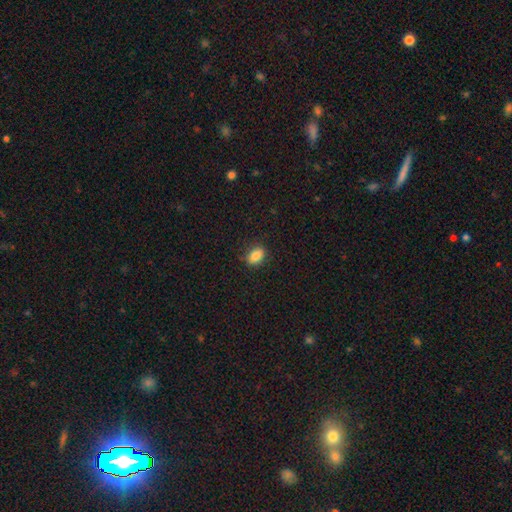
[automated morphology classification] Smooth or featured? Predicted: smooth (p=0.84). How rounded? Predicted: in between (p=0.84). Merging? Predicted: none (p=0.83).